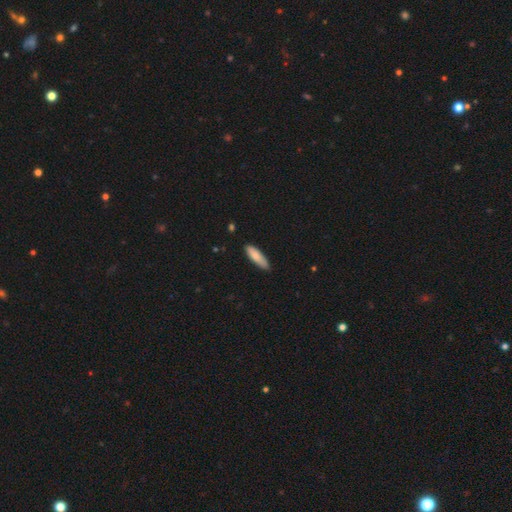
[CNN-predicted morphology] Smooth or featured? Predicted: smooth (p=0.83). How rounded? Predicted: cigar-shaped (p=0.57). Merging? Predicted: none (p=0.83).